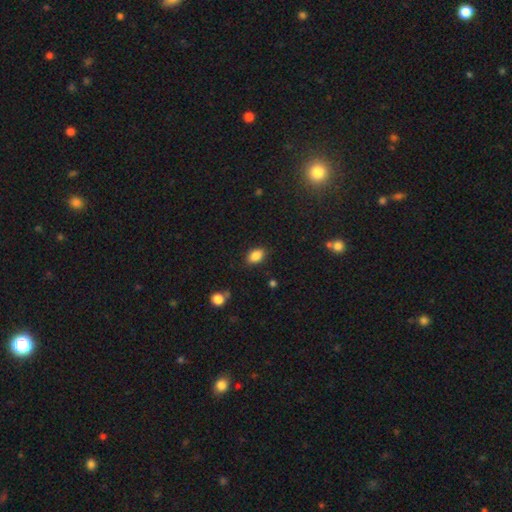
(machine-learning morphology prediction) The model was most divided on "how rounded": in between: 85%, round: 14%, cigar-shaped: 2%. More confident: smooth or featured — smooth (87%); merging — none (85%).